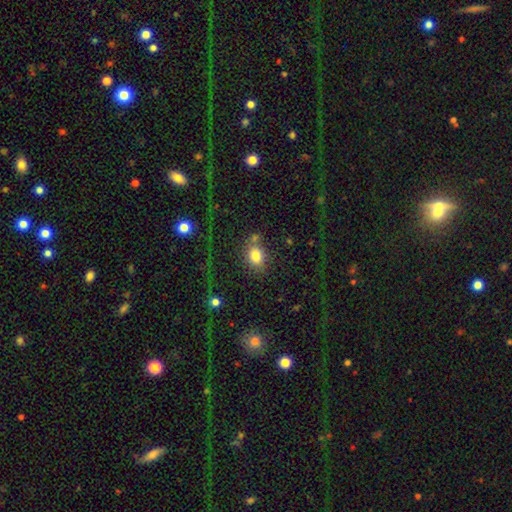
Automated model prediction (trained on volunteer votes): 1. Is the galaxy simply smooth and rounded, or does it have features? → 81% smooth, 11% star or artifact, 8% featured or disk.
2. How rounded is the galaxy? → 55% in between, 43% round, 1% cigar-shaped.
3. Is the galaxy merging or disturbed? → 65% none, 15% minor disturbance, 13% merger, 7% major disturbance.